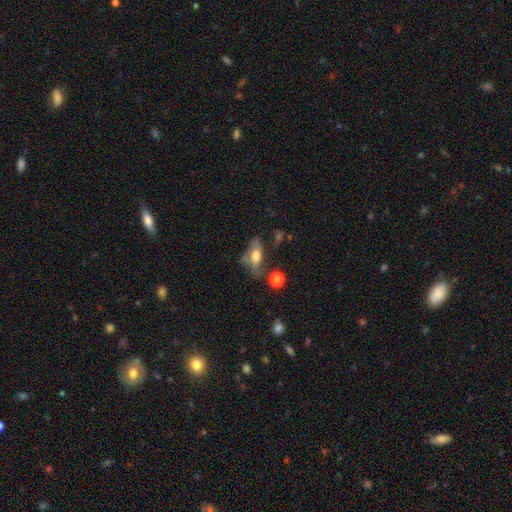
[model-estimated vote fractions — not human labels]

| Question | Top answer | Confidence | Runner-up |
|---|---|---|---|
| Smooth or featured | smooth | 57% | featured or disk (32%) |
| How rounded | in between | 78% | cigar-shaped (15%) |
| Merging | none | 36% | major disturbance (27%) |